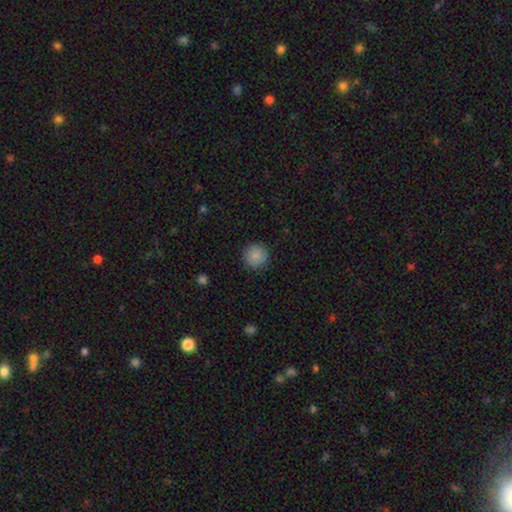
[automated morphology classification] Q: Smooth or featured?
A: smooth (87%); runner-up: star or artifact (8%)
Q: How rounded?
A: round (95%); runner-up: in between (4%)
Q: Merging?
A: none (91%); runner-up: minor disturbance (6%)